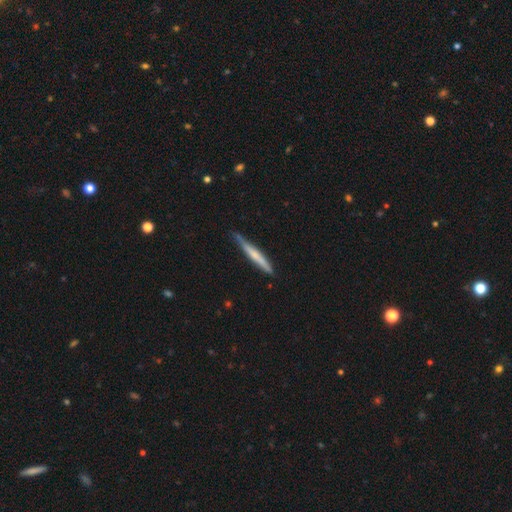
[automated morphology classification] This is possibly a smooth galaxy (52%). How rounded: clearly cigar-shaped (96%). Merging: likely none (74%).